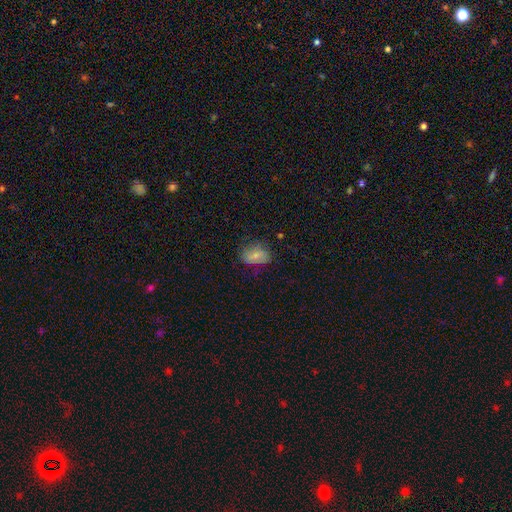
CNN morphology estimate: type=smooth (72%); roundness=in between (77%); merging=none (64%).